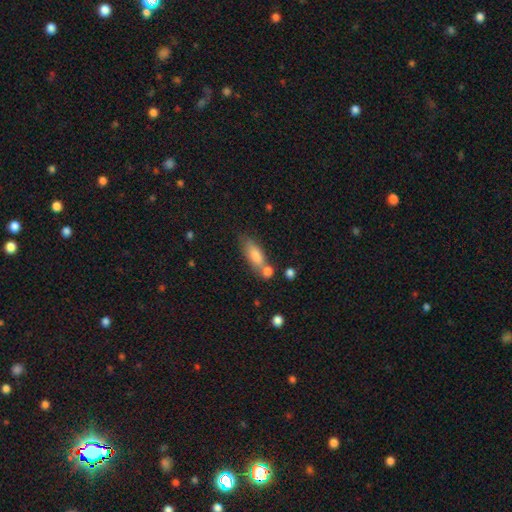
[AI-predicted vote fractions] Smooth or featured? smooth (78%)
How rounded? in between (63%)
Merging? none (55%)